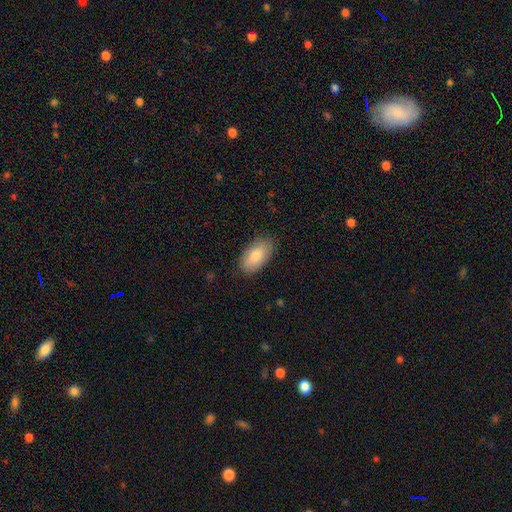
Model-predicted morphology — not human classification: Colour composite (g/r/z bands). It shows a smooth galaxy with no disk features (82%) that is in between round and cigar-shaped (94%). Merging: none (85%).